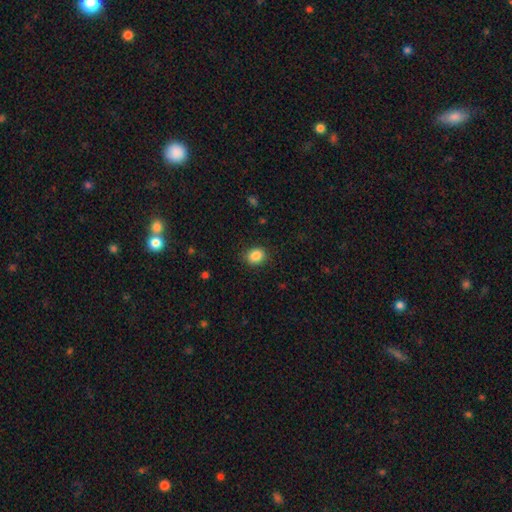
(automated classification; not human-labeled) Smooth or featured?
  - smooth: 87% *
  - star or artifact: 9%
  - featured or disk: 4%
How rounded?
  - round: 52% *
  - in between: 47%
  - cigar-shaped: 1%
Merging?
  - none: 86% *
  - minor disturbance: 10%
  - major disturbance: 3%
  - merger: 1%